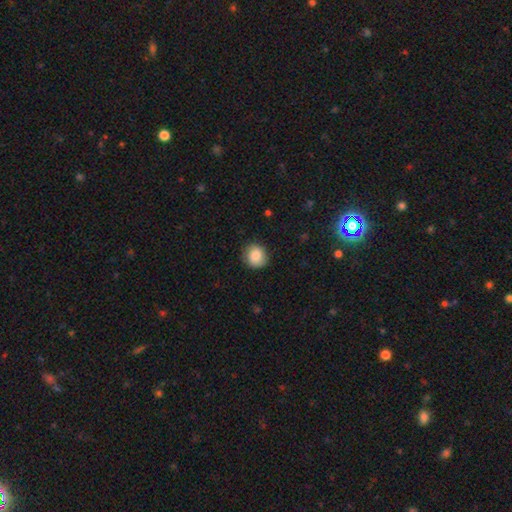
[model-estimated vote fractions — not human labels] smooth-or-featured: smooth: 85% | star or artifact: 8% | featured or disk: 7%
  how-rounded: round: 85% | in between: 14% | cigar-shaped: 1%
  merging: none: 85% | minor disturbance: 12% | major disturbance: 3% | merger: 1%